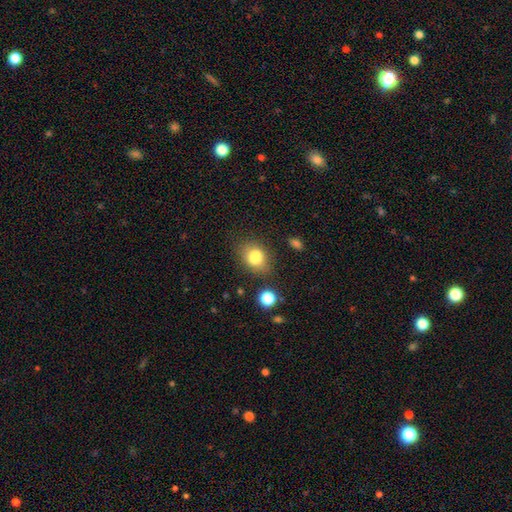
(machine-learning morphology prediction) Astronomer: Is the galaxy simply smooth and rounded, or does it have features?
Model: smooth — 78%.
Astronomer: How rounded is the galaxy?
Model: in between — 61% (runner-up: round, 38%).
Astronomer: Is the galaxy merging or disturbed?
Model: none — 63%.